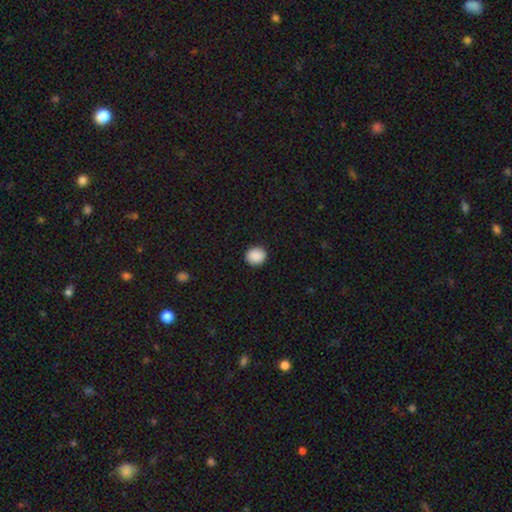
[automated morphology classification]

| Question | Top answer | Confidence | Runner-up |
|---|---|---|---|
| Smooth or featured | smooth | 90% | star or artifact (8%) |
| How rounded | round | 81% | in between (18%) |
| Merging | none | 91% | minor disturbance (6%) |